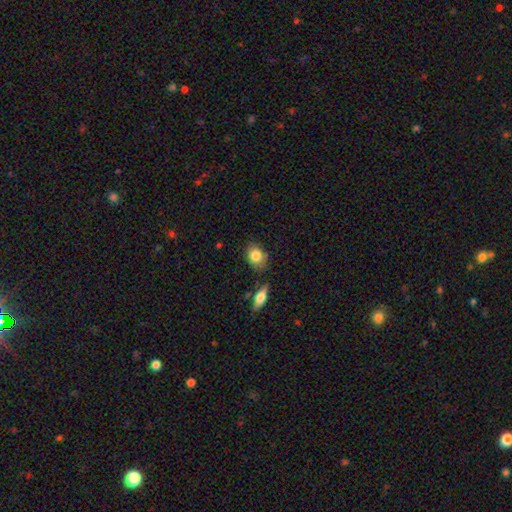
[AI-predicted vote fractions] smooth_or_featured: smooth (p=0.82) [alt: featured or disk p=0.11]
how_rounded: in between (p=0.74) [alt: round p=0.24]
merging: none (p=0.75) [alt: minor disturbance p=0.16]